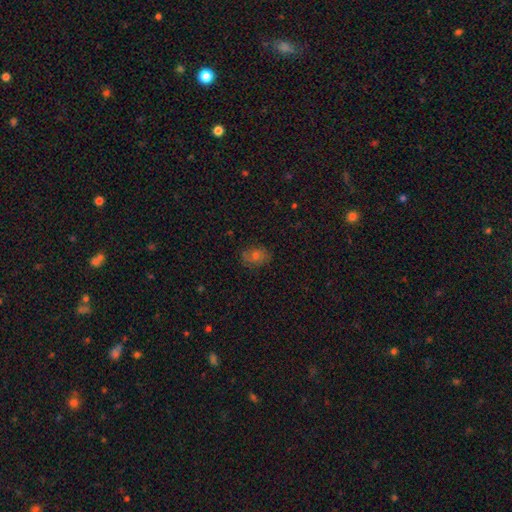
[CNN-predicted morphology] Smooth or featured?
  - smooth: 53% *
  - featured or disk: 25%
  - star or artifact: 22%
How rounded?
  - in between: 56% *
  - round: 42%
  - cigar-shaped: 1%
Merging?
  - none: 78% *
  - minor disturbance: 16%
  - major disturbance: 5%
  - merger: 1%